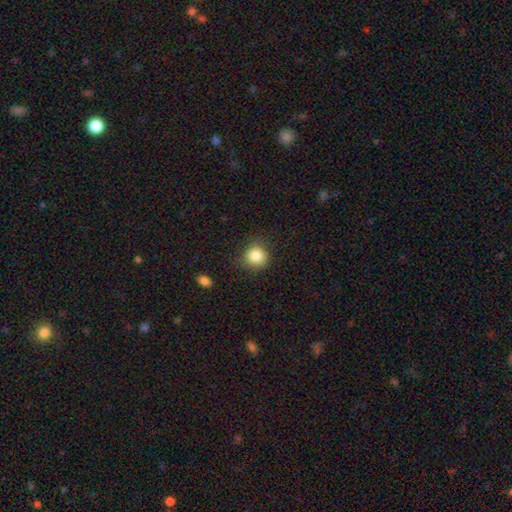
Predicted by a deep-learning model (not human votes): A smooth galaxy with no disk features (84%) that is round (87%).

Vote fractions:
- Smooth or featured? smooth: 84% / star or artifact: 10% / featured or disk: 6%
- How rounded? round: 87% / in between: 12% / cigar-shaped: 1%
- Merging? none: 76% / minor disturbance: 17% / major disturbance: 5% / merger: 2%